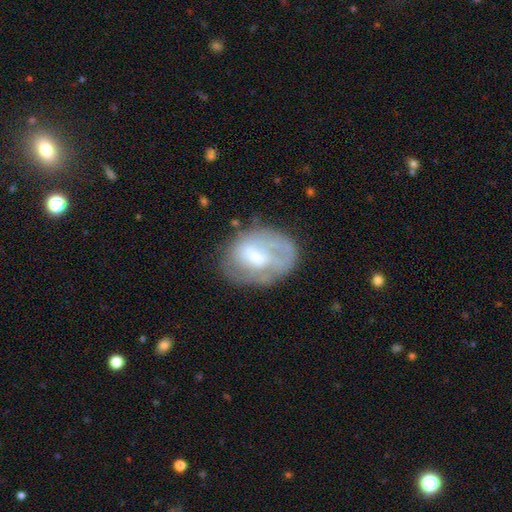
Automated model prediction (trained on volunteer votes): Overall: featured or disk (52%; smooth 40%). Edge-on disk: no (96%). Merging: none (50%; minor disturbance 25%).